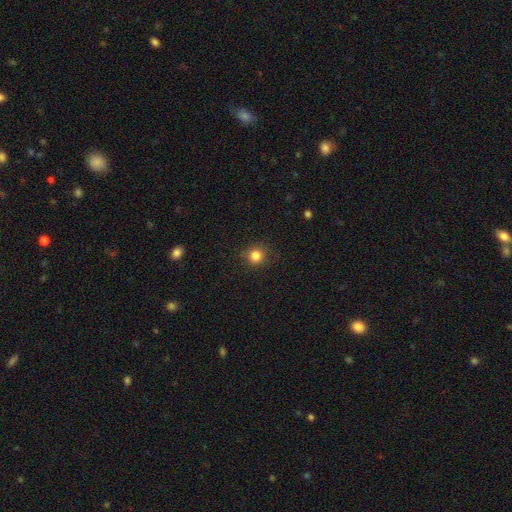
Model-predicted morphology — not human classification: smooth 83%, star or artifact 12%, featured or disk 5%. Down the decision tree: how rounded — round (91%); merging — none (88%).